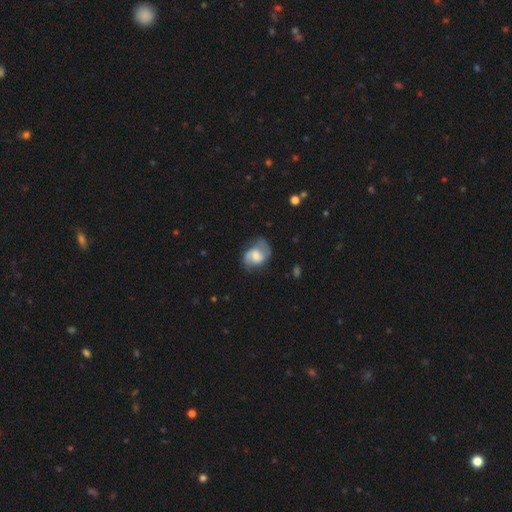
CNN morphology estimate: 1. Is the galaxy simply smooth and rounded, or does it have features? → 62% featured or disk, 31% smooth, 7% star or artifact.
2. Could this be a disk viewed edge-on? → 97% no, 3% yes.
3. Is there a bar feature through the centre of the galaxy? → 45% weak, 42% no, 13% strong.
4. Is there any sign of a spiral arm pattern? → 87% yes, 13% no.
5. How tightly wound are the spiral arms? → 46% medium, 36% loose, 19% tight.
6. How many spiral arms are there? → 81% 2, 8% can't tell, 7% 1, 1% 3, 1% 4, 1% more than 4.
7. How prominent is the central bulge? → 34% moderate, 27% large, 20% small, 16% none, 4% dominant.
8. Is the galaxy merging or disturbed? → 56% none, 27% minor disturbance, 15% major disturbance, 2% merger.